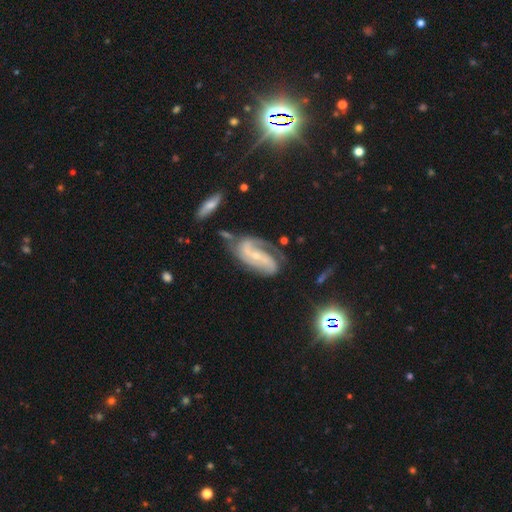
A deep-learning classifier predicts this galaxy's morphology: A featured or disk galaxy (84%) with no bar (46%), 2 (72%) medium (46%) spiral arms (96%) and a small central bulge (74%).

Vote fractions:
- Smooth or featured? featured or disk: 84% / smooth: 8% / star or artifact: 8%
- Edge-on disk? no: 95% / yes: 5%
- Bar? no: 46% / weak: 34% / strong: 20%
- Spiral arms? yes: 96% / no: 4%
- Spiral winding? medium: 46% / loose: 27% / tight: 27%
- Spiral arm count? 2: 72% / can't tell: 9% / 3: 8% / 1: 6% / 4: 2% / more than 4: 2%
- Bulge size? small: 74% / moderate: 22% / none: 2% / large: 1% / dominant: 1%
- Merging? none: 53% / minor disturbance: 24% / major disturbance: 15% / merger: 8%